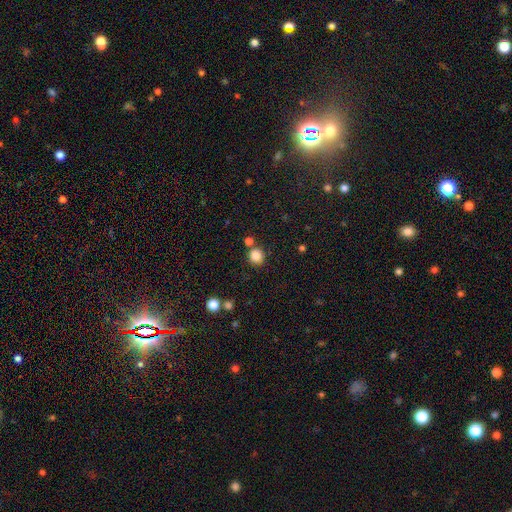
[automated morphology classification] smooth_or_featured: smooth (p=0.84) [alt: star or artifact p=0.11]
how_rounded: round (p=0.84) [alt: in between p=0.15]
merging: none (p=0.75) [alt: merger p=0.12]